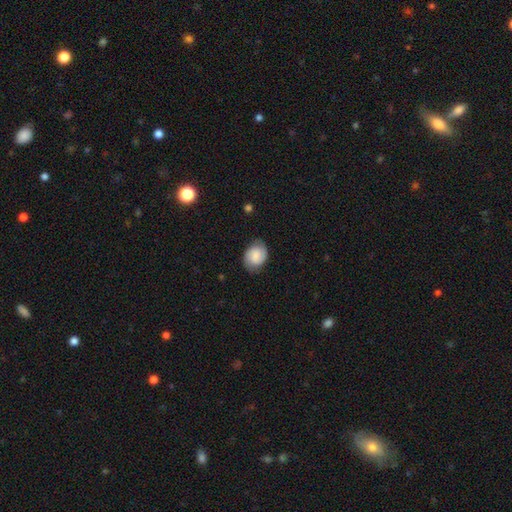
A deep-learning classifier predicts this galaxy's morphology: smooth_or_featured: smooth (p=0.57) [alt: featured or disk p=0.35]
how_rounded: in between (p=0.62) [alt: round p=0.37]
merging: none (p=0.74) [alt: minor disturbance p=0.20]